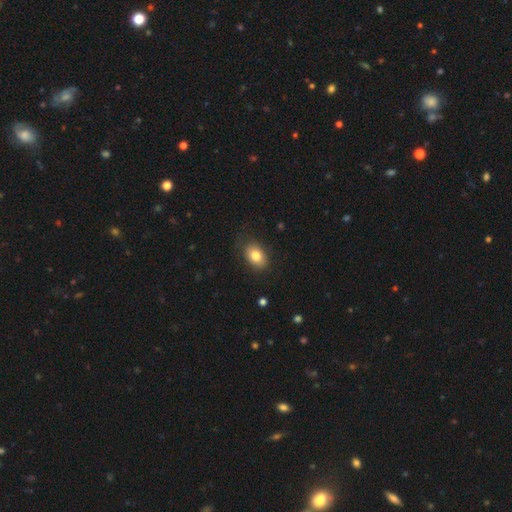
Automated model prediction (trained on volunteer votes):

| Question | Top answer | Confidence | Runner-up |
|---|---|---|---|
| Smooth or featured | smooth | 83% | featured or disk (9%) |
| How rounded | in between | 83% | round (16%) |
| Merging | none | 80% | minor disturbance (14%) |